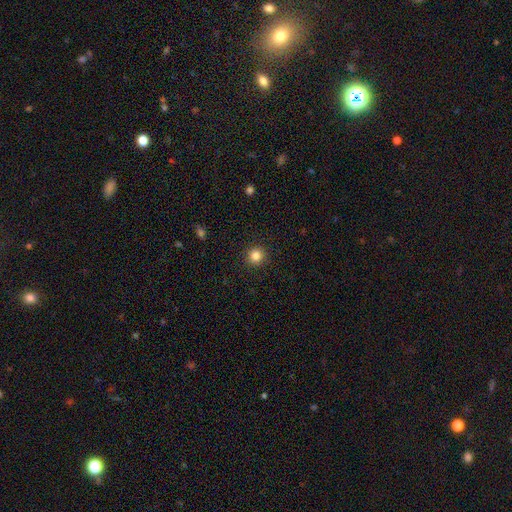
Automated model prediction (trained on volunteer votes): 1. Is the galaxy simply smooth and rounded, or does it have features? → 84% smooth, 11% star or artifact, 5% featured or disk.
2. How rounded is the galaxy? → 94% round, 5% in between, 1% cigar-shaped.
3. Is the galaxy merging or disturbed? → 92% none, 5% minor disturbance, 2% major disturbance, 1% merger.